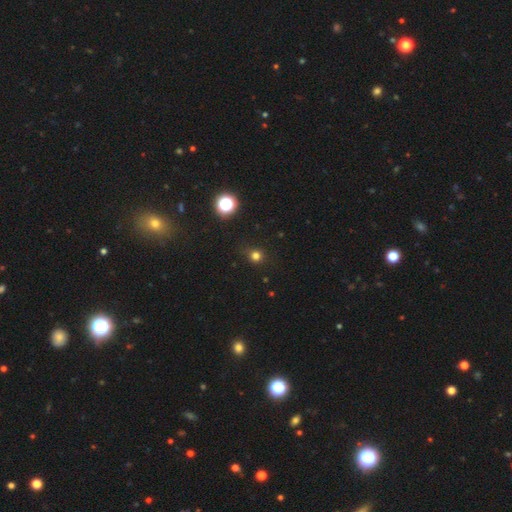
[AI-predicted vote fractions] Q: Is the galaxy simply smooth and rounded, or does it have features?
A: smooth — 76%.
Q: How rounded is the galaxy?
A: round — 90%.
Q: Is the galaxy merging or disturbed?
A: none — 85%.